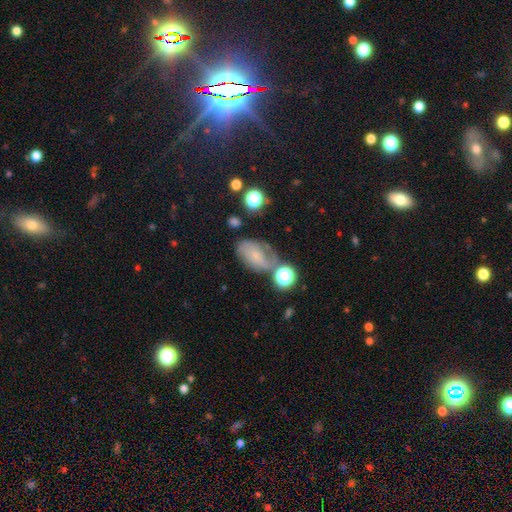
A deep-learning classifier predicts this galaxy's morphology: Overall: smooth (49%; featured or disk 36%). Merging: none (43%; minor disturbance 27%).